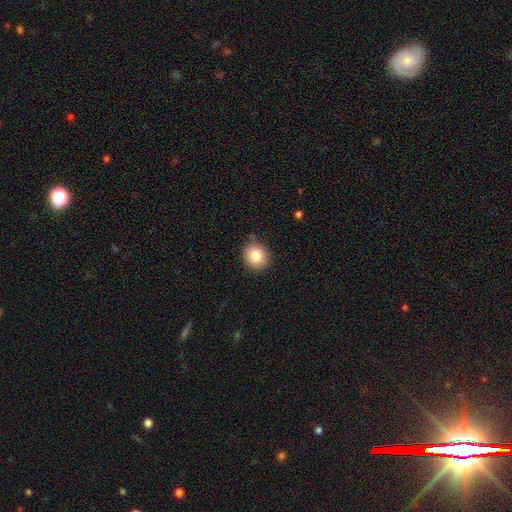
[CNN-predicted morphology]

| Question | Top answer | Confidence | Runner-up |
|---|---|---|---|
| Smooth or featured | smooth | 83% | star or artifact (10%) |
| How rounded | round | 83% | in between (16%) |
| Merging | none | 85% | minor disturbance (11%) |